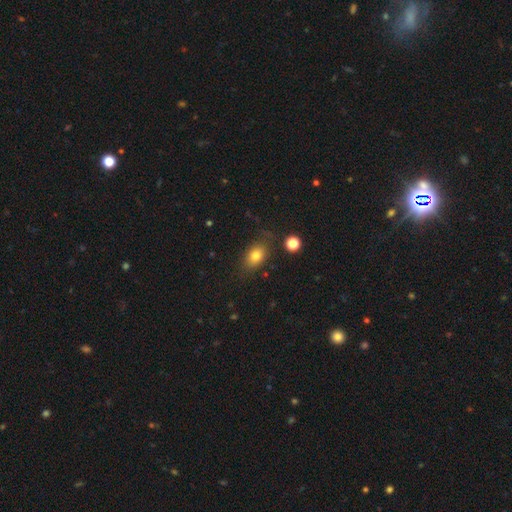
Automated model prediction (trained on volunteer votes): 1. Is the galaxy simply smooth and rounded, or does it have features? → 80% smooth, 10% featured or disk, 10% star or artifact.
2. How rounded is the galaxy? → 78% in between, 20% round, 2% cigar-shaped.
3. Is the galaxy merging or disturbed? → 76% none, 16% minor disturbance, 5% major disturbance, 3% merger.